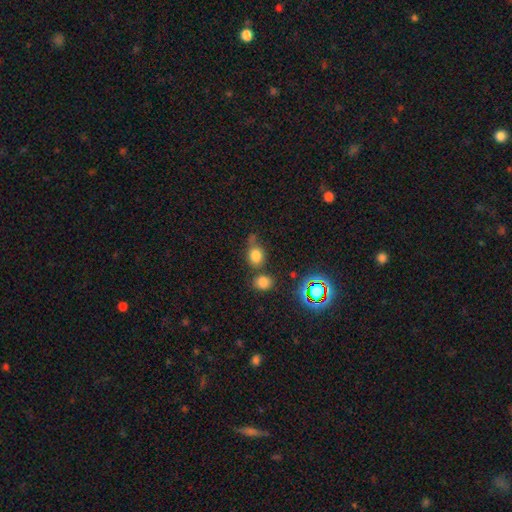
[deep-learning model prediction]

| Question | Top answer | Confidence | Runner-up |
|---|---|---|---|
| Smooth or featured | smooth | 77% | star or artifact (16%) |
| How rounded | round | 60% | in between (38%) |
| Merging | none | 55% | merger (20%) |